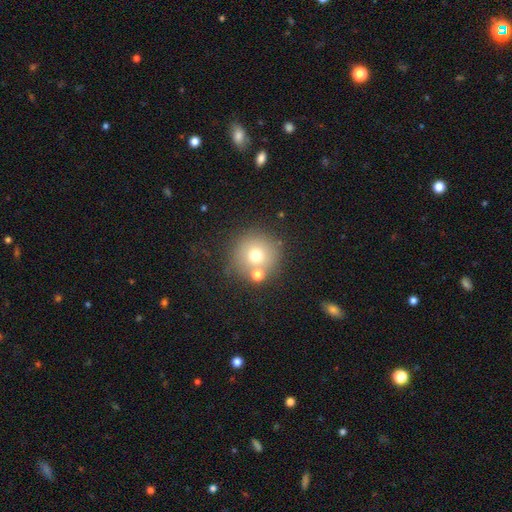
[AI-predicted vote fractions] Smooth or featured: smooth — 69% (featured or disk — 16%)
How rounded: round — 94% (in between — 5%)
Merging: none — 71% (merger — 15%)